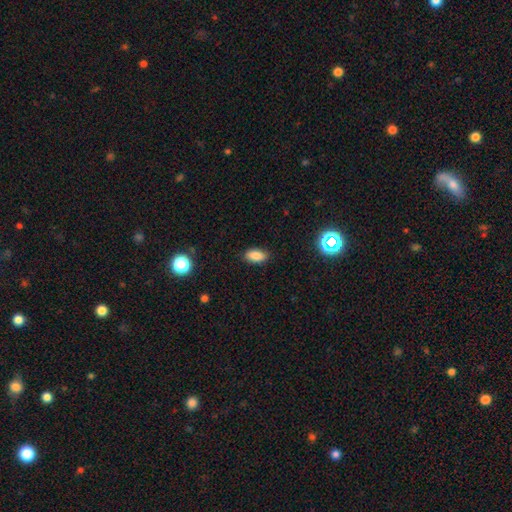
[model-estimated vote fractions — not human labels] This appears to be a smooth galaxy with no disk features (84%) that is in between round and cigar-shaped (90%). Merging: none (87%).